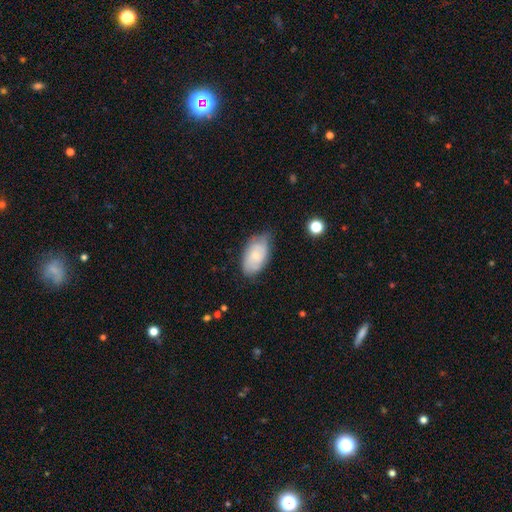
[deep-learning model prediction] Smooth or featured? Predicted: smooth (p=0.49). Merging? Predicted: none (p=0.65).